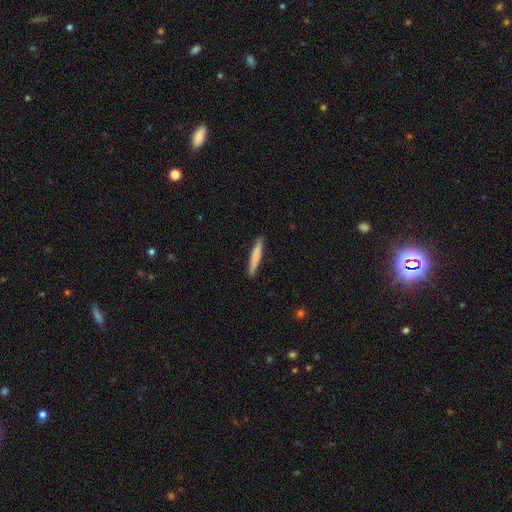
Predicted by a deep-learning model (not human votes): Q: Smooth or featured?
A: smooth (78%); runner-up: featured or disk (17%)
Q: How rounded?
A: cigar-shaped (95%); runner-up: in between (4%)
Q: Merging?
A: none (89%); runner-up: minor disturbance (8%)